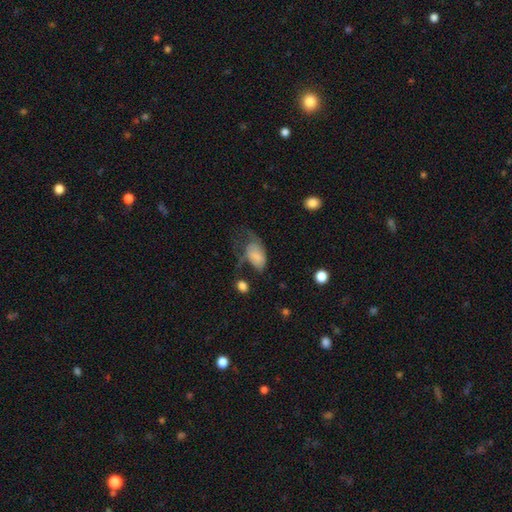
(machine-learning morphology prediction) The model was most divided on "merging": major disturbance: 54%, minor disturbance: 21%, none: 18%, merger: 7%. More confident: how rounded — in between (91%); smooth or featured — smooth (63%).